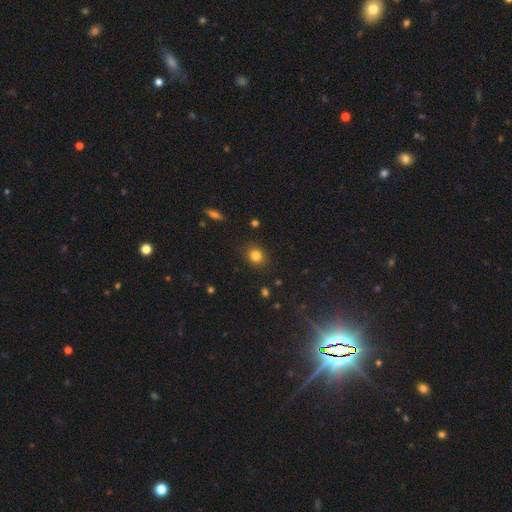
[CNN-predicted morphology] This is clearly a smooth galaxy (82%). How rounded: likely round (77%). Merging: clearly none (87%).